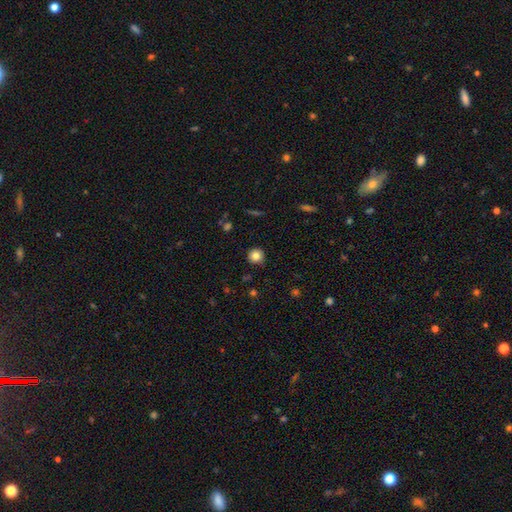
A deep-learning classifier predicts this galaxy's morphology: Smooth or featured? smooth (83%)
How rounded? round (93%)
Merging? none (90%)